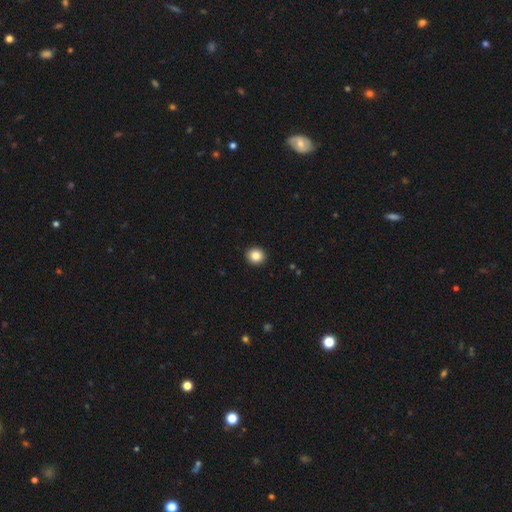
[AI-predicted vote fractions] smooth-or-featured: smooth: 85% | star or artifact: 10% | featured or disk: 5%
  how-rounded: round: 89% | in between: 10% | cigar-shaped: 1%
  merging: none: 93% | minor disturbance: 4% | major disturbance: 1% | merger: 1%